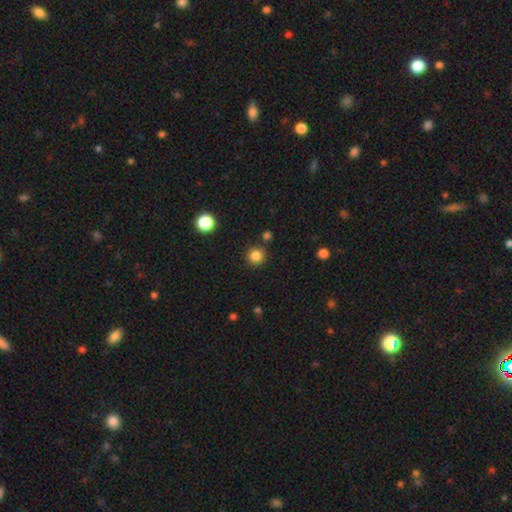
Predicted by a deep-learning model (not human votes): This appears to be a smooth galaxy with no disk features (84%) that is round (93%). Merging: none (85%).